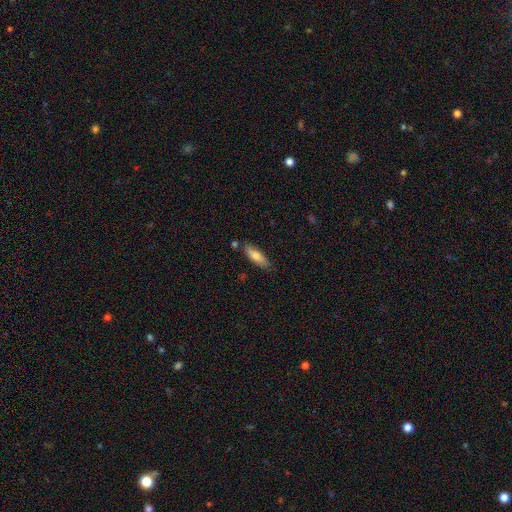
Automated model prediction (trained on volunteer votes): Morphology: type=smooth (75%); roundness=cigar-shaped (54%); merging=none (77%).